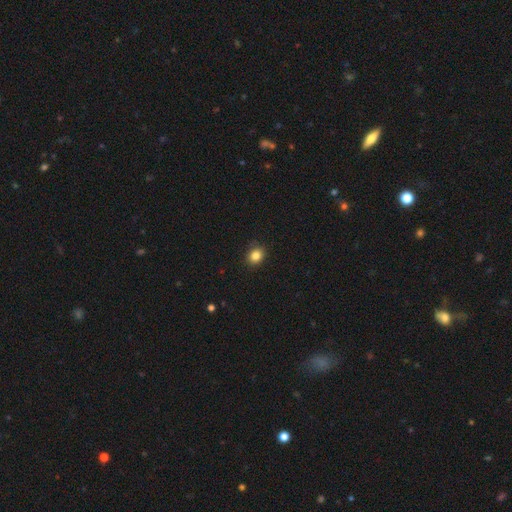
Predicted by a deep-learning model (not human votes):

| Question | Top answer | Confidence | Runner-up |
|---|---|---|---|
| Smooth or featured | smooth | 84% | star or artifact (11%) |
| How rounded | round | 63% | in between (36%) |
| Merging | none | 88% | minor disturbance (9%) |